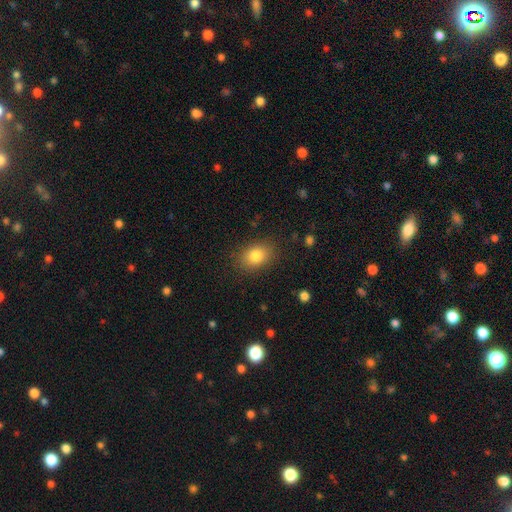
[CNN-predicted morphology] This appears to be a smooth galaxy with no disk features (83%) that is in between round and cigar-shaped (73%). Merging: none (85%).